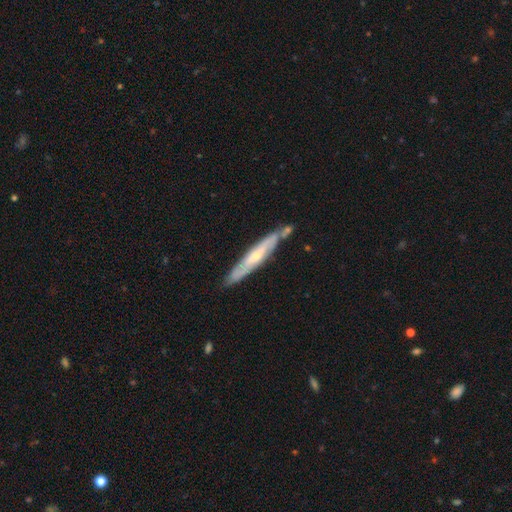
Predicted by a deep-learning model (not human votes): A featured or disk galaxy (63%) viewed edge-on (71%). Merging: none (69%).